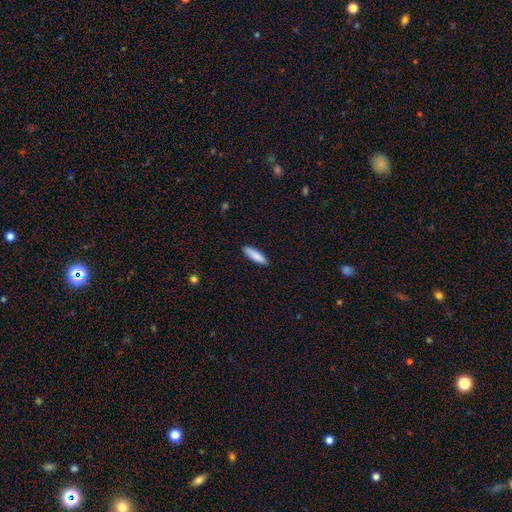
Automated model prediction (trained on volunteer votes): smooth 87%, featured or disk 7%, star or artifact 5%. Down the decision tree: how rounded — cigar-shaped (61%); merging — none (89%).